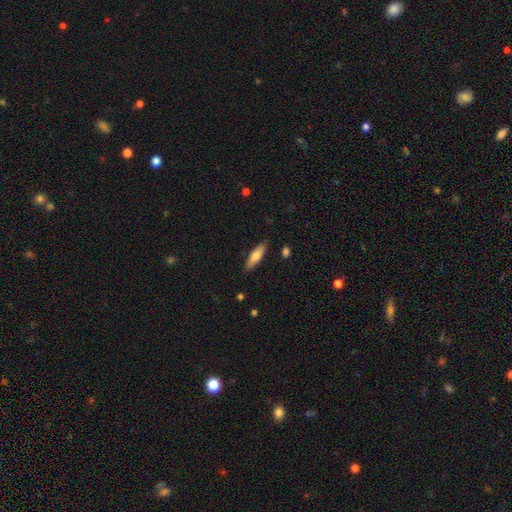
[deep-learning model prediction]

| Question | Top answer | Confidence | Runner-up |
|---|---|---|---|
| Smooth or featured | smooth | 70% | featured or disk (24%) |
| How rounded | cigar-shaped | 66% | in between (33%) |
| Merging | none | 88% | minor disturbance (9%) |